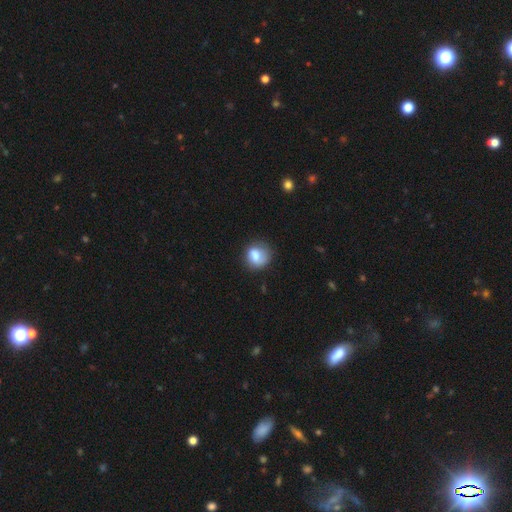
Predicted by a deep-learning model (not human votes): smooth_or_featured: smooth (p=0.72) [alt: featured or disk p=0.20]
how_rounded: round (p=0.78) [alt: in between p=0.21]
merging: none (p=0.63) [alt: minor disturbance p=0.22]